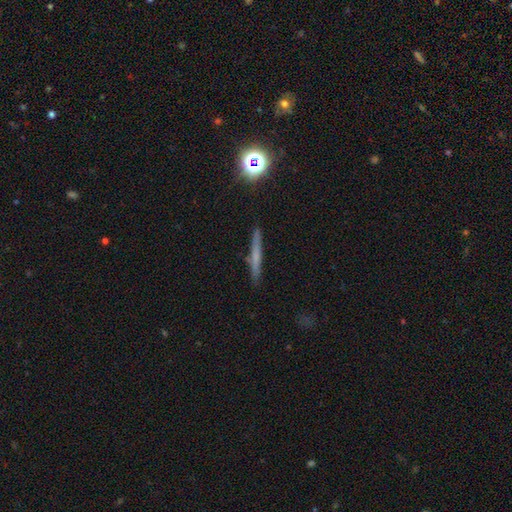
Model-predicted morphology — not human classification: This appears to be a smooth galaxy with no disk features (46%). Merging: none (88%).